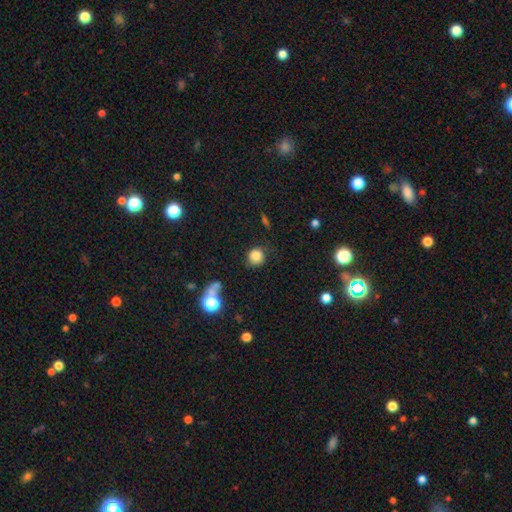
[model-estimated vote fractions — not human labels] smooth-or-featured: smooth: 83% | star or artifact: 11% | featured or disk: 6%
  how-rounded: round: 88% | in between: 11% | cigar-shaped: 1%
  merging: none: 74% | minor disturbance: 16% | major disturbance: 6% | merger: 4%